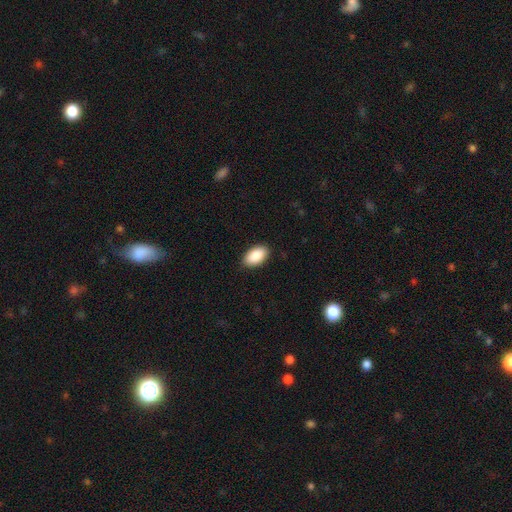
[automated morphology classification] smooth_or_featured: smooth (p=0.90) [alt: star or artifact p=0.06]
how_rounded: in between (p=0.95) [alt: round p=0.03]
merging: none (p=0.88) [alt: minor disturbance p=0.09]